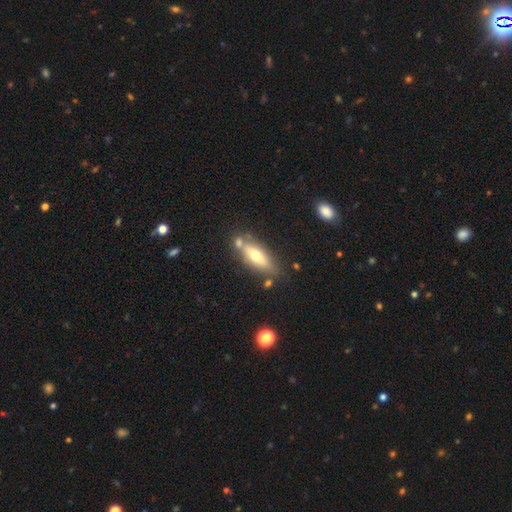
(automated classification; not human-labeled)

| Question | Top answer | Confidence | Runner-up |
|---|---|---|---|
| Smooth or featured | smooth | 53% | featured or disk (39%) |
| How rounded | in between | 57% | cigar-shaped (41%) |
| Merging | none | 65% | minor disturbance (15%) |